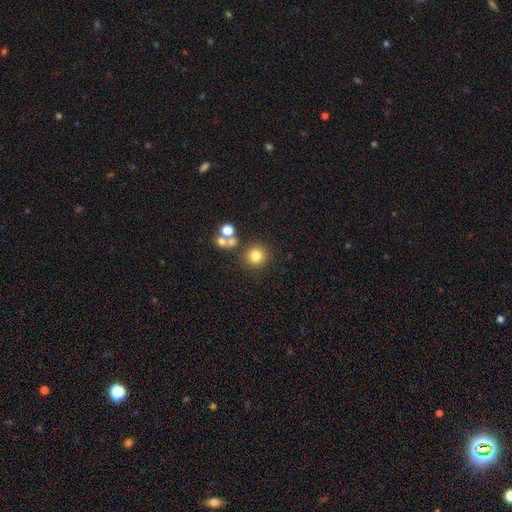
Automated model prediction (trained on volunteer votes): This appears to be a smooth galaxy with no disk features (78%) that is round (92%). Merging: none (79%).